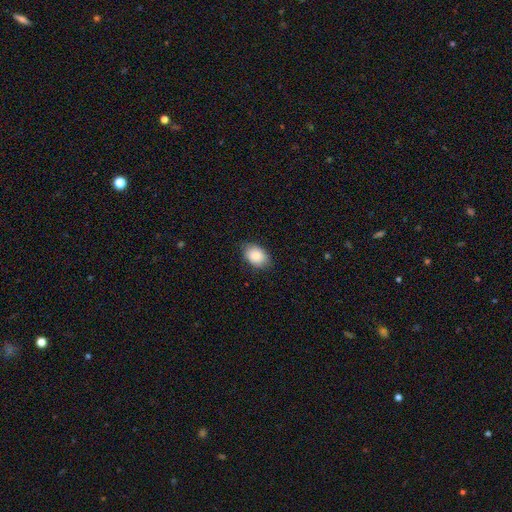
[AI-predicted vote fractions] The model was most divided on "merging": none: 81%, minor disturbance: 16%, major disturbance: 3%, merger: 1%. More confident: smooth or featured — smooth (88%); how rounded — in between (84%).